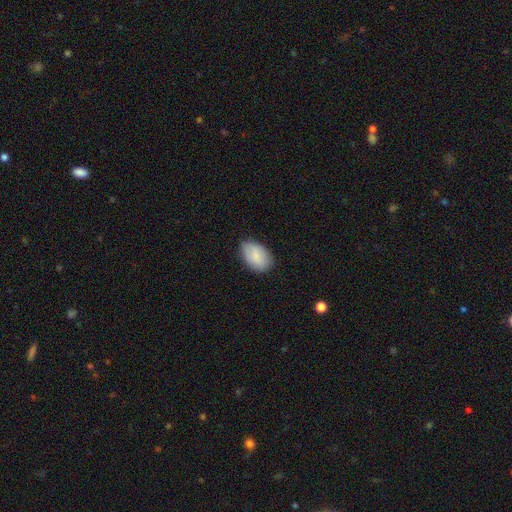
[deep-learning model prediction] Overall: smooth (84%). How rounded: in between (91%). Merging: none (79%).